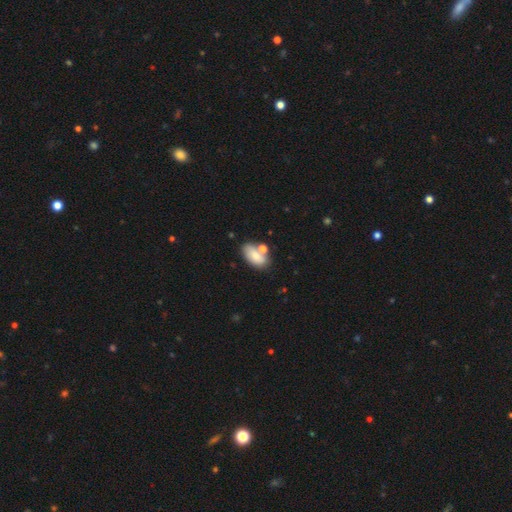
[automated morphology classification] Q: Smooth or featured?
A: smooth (76%); runner-up: featured or disk (16%)
Q: How rounded?
A: in between (91%); runner-up: round (6%)
Q: Merging?
A: none (58%); runner-up: merger (21%)